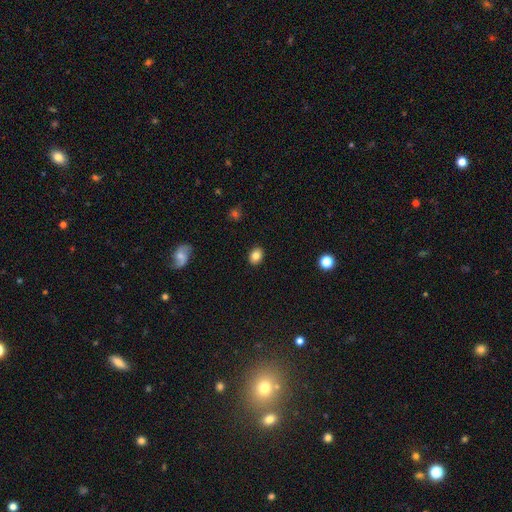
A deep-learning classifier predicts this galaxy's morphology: smooth 83%, star or artifact 9%, featured or disk 7%. Down the decision tree: how rounded — in between (62%); merging — none (89%).